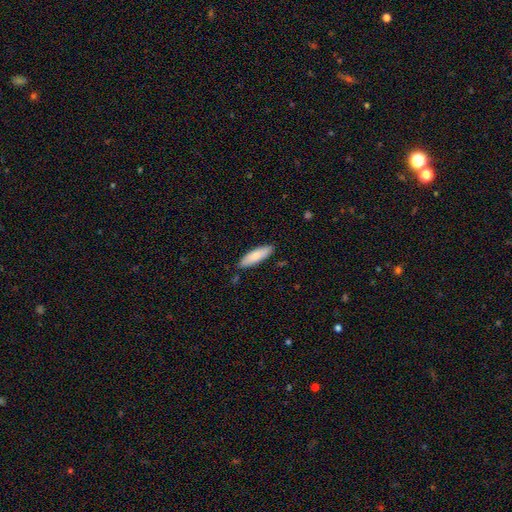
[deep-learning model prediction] This is clearly a smooth galaxy (81%). How rounded: possibly cigar-shaped (49%, tied with in between). Merging: clearly none (85%).